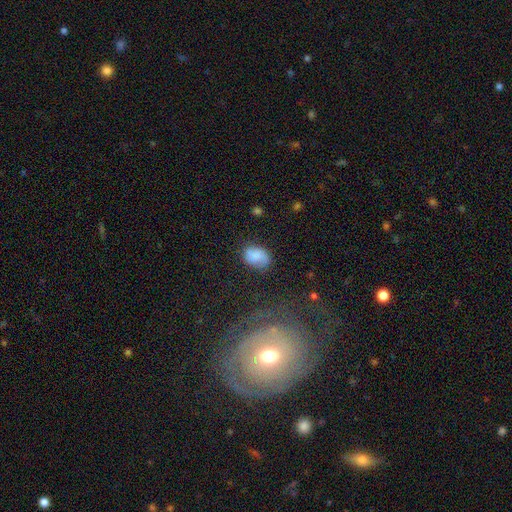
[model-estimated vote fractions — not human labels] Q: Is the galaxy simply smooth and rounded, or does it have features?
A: smooth — 76%.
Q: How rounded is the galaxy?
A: in between — 73%.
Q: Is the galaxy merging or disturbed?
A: none — 66%.